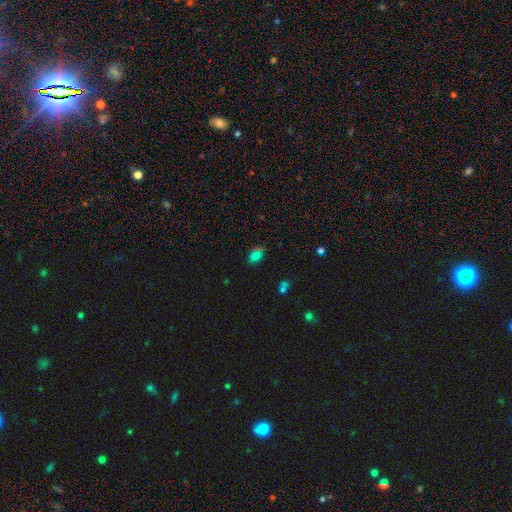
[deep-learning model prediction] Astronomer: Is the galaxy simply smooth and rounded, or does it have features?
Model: smooth — 67%.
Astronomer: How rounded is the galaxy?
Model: in between — 77%.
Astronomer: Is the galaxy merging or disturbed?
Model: none — 69%.